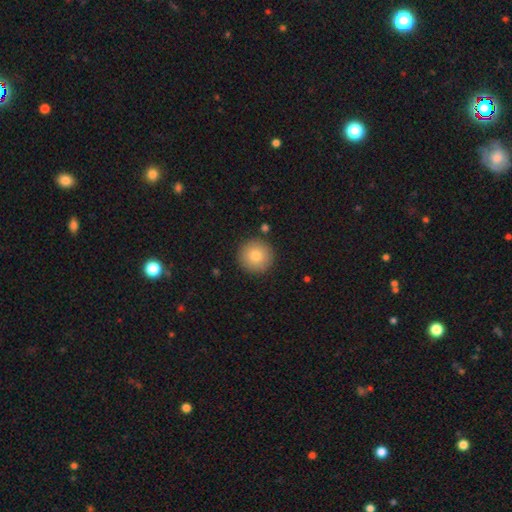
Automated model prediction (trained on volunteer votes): The model was most divided on "smooth or featured": smooth: 81%, featured or disk: 11%, star or artifact: 9%. More confident: how rounded — round (96%); merging — none (91%).